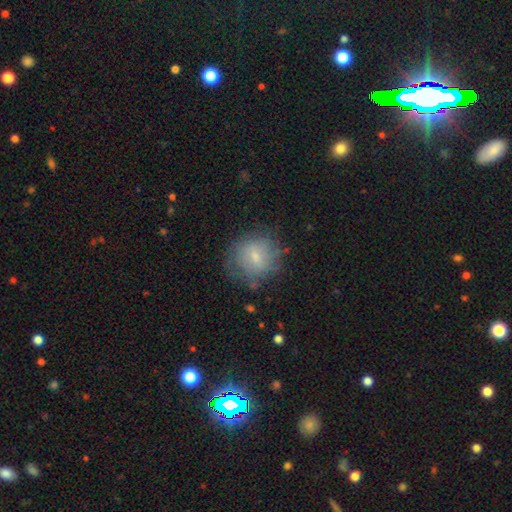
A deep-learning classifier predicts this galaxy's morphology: smooth 65%, featured or disk 24%, star or artifact 11%. Down the decision tree: how rounded — round (82%); merging — none (72%).